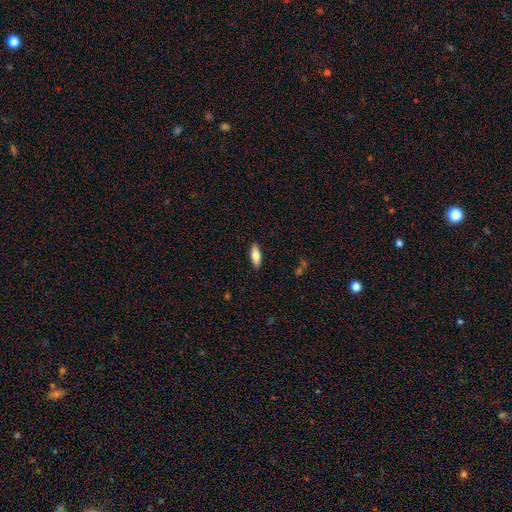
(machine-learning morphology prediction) Smooth or featured: smooth — 76% (featured or disk — 18%)
How rounded: in between — 66% (cigar-shaped — 32%)
Merging: none — 89% (minor disturbance — 8%)